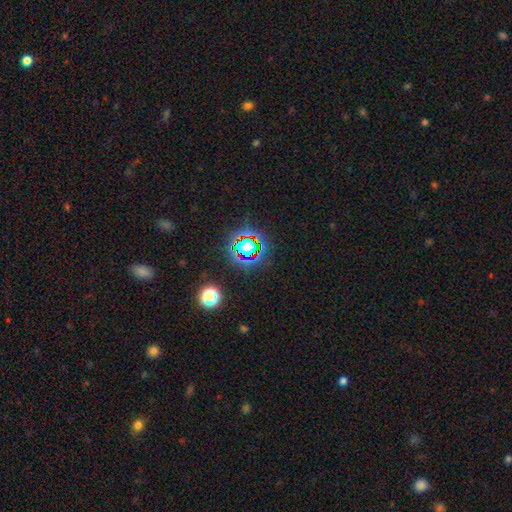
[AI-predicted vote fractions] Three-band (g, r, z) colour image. It shows a star or artifact, not a galaxy (77%).